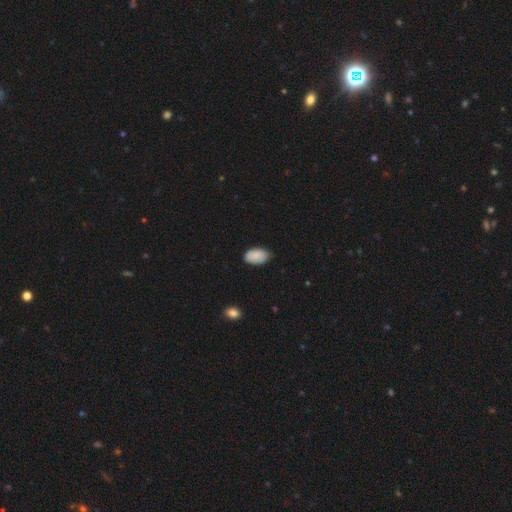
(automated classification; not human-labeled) A smooth galaxy with no disk features (87%) that is in between round and cigar-shaped (94%). Merging: none (79%).